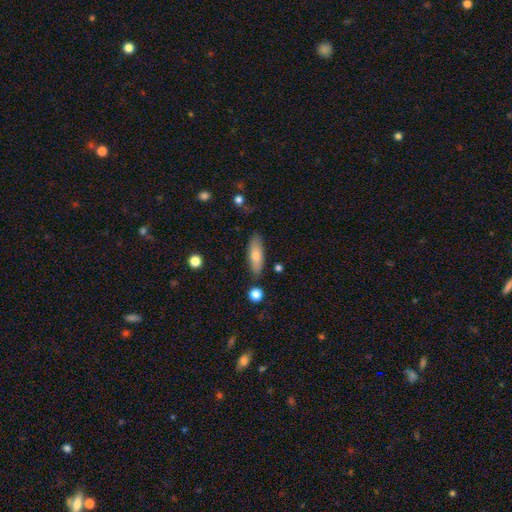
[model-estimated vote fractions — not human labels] Smooth or featured? smooth (73%)
How rounded? in between (58%)
Merging? none (81%)